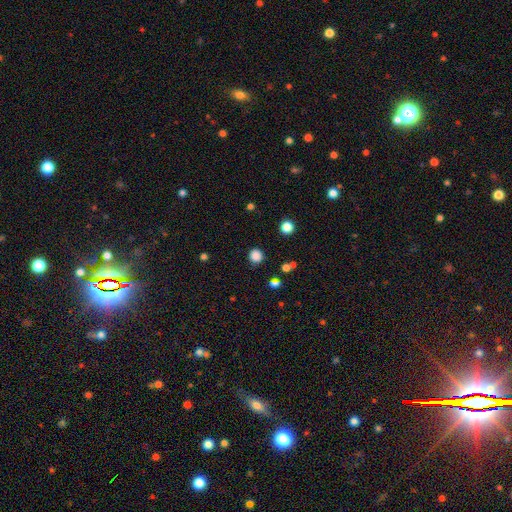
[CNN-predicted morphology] Smooth or featured?
  - smooth: 84% *
  - star or artifact: 13%
  - featured or disk: 3%
How rounded?
  - round: 89% *
  - in between: 10%
  - cigar-shaped: 1%
Merging?
  - none: 88% *
  - minor disturbance: 7%
  - major disturbance: 3%
  - merger: 2%